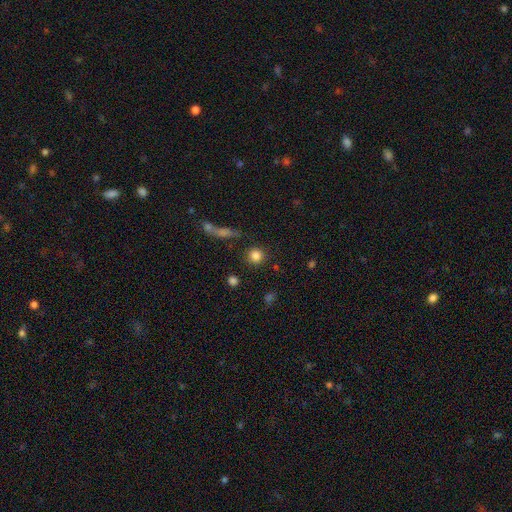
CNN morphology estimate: Smooth or featured? smooth (83%)
How rounded? round (91%)
Merging? none (85%)